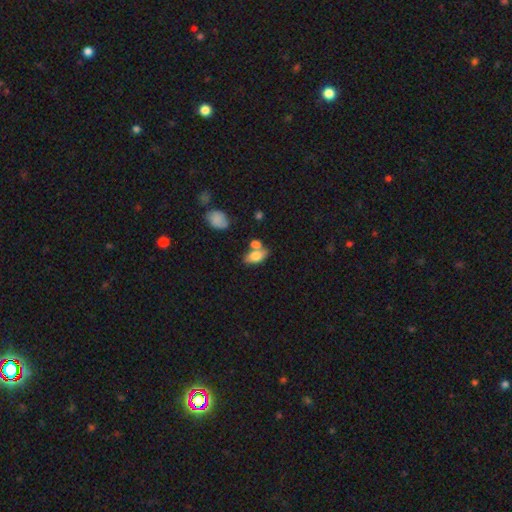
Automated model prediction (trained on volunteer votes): The model was most divided on "merging": none: 48%, merger: 32%, minor disturbance: 15%, major disturbance: 5%. More confident: how rounded — in between (89%); smooth or featured — smooth (76%).